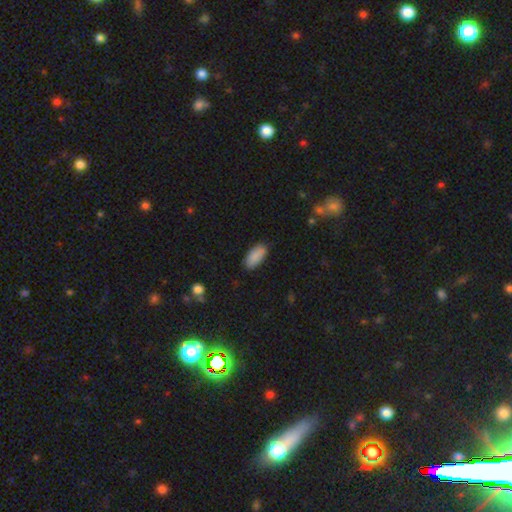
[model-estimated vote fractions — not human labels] Smooth or featured: smooth — 89% (star or artifact — 6%)
How rounded: in between — 89% (cigar-shaped — 10%)
Merging: none — 86% (minor disturbance — 11%)